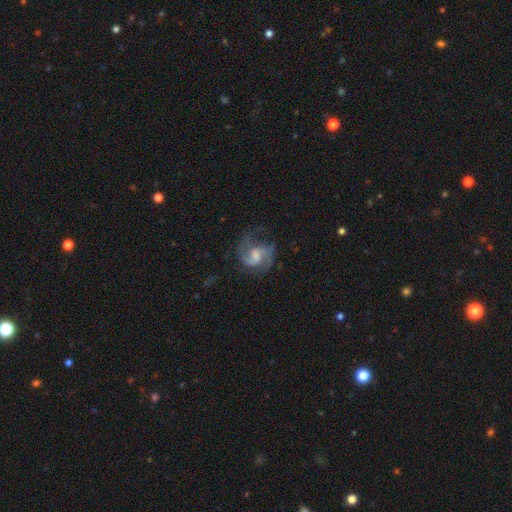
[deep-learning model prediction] The model was most divided on "bar": weak: 51%, no: 38%, strong: 11%. Remaining: edge-on disk — no (98%); spiral arms — yes (96%); smooth or featured — featured or disk (85%); spiral arm count — 2 (80%); merging — none (64%); spiral winding — medium (54%); bulge size — moderate (47%).